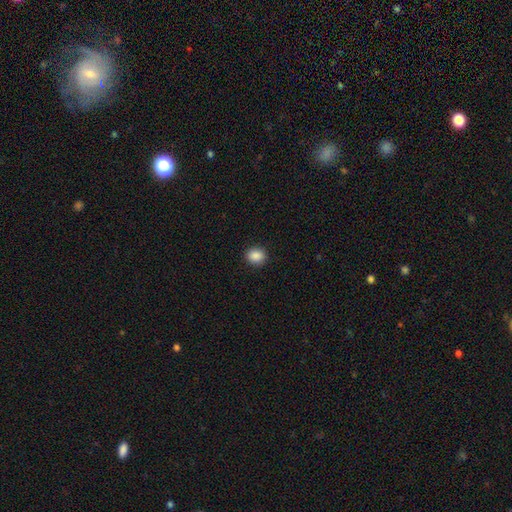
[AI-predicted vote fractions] smooth_or_featured: smooth (p=0.88) [alt: star or artifact p=0.09]
how_rounded: round (p=0.71) [alt: in between p=0.28]
merging: none (p=0.91) [alt: minor disturbance p=0.06]